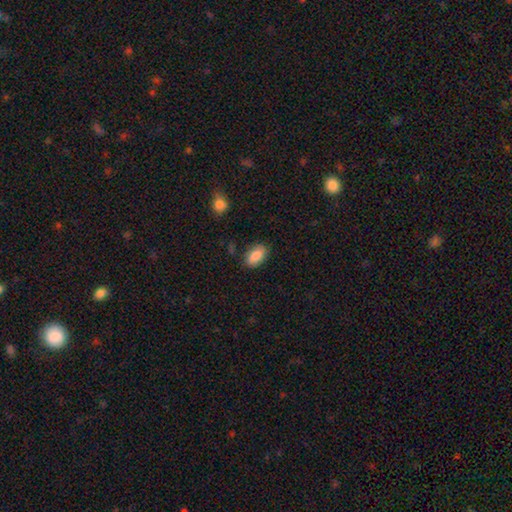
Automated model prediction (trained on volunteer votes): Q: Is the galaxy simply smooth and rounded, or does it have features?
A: smooth — 86%.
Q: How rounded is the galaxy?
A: in between — 92%.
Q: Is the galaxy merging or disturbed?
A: none — 82%.